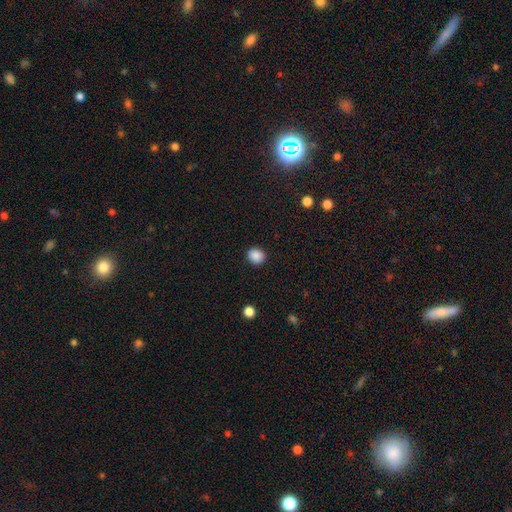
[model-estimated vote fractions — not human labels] smooth 88%, star or artifact 9%, featured or disk 3%. Down the decision tree: how rounded — round (77%); merging — none (91%).